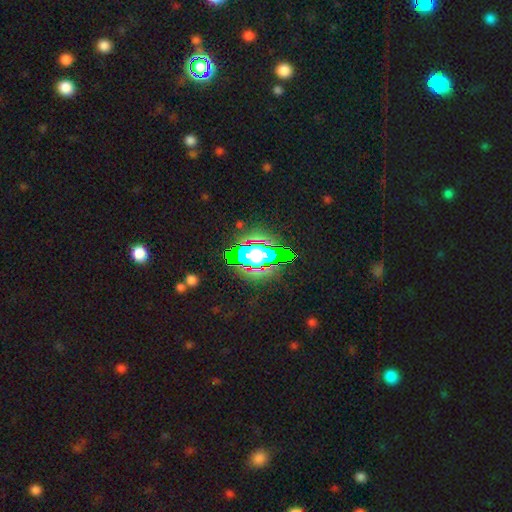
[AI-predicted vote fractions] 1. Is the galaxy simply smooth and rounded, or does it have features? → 54% star or artifact, 27% smooth, 19% featured or disk.